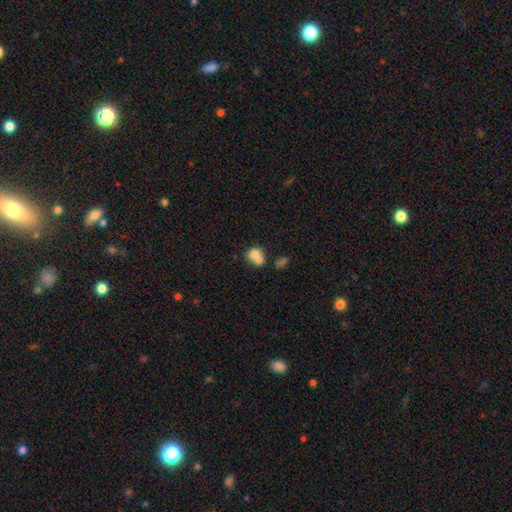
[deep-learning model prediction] A smooth galaxy with no disk features (72%) that is round (62%).

Vote fractions:
- Smooth or featured? smooth: 72% / featured or disk: 19% / star or artifact: 10%
- How rounded? round: 62% / in between: 37% / cigar-shaped: 1%
- Merging? merger: 62% / none: 26% / minor disturbance: 8% / major disturbance: 4%